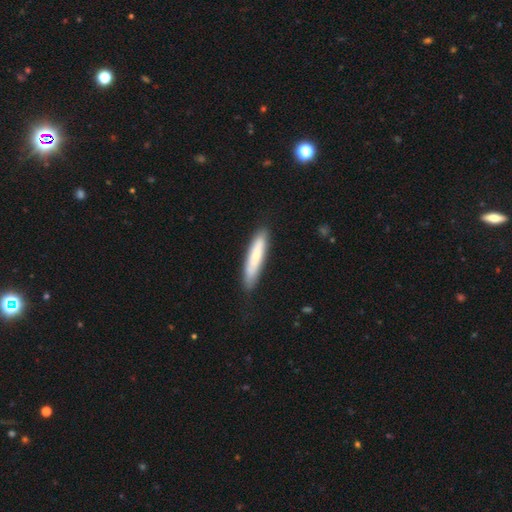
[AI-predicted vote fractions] The model was most divided on "smooth or featured": smooth: 67%, featured or disk: 28%, star or artifact: 5%. More confident: how rounded — cigar-shaped (85%); merging — none (85%).